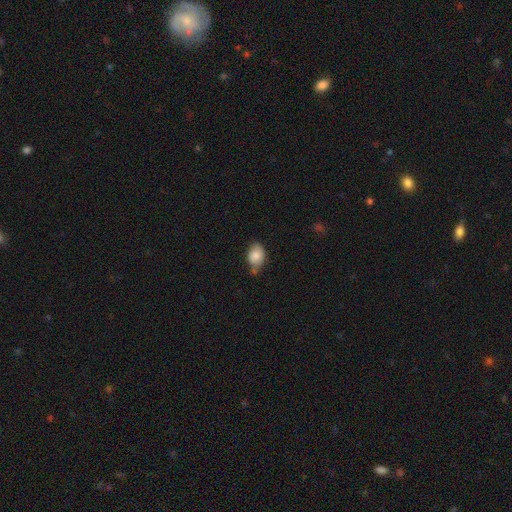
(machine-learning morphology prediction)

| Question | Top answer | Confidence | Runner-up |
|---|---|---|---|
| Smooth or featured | smooth | 82% | featured or disk (11%) |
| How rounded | in between | 76% | round (23%) |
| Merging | none | 52% | minor disturbance (34%) |